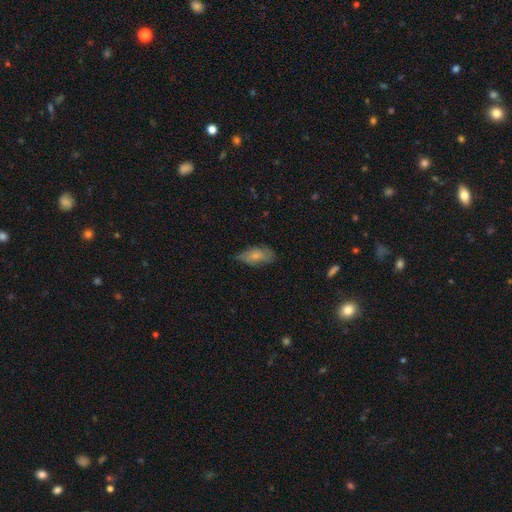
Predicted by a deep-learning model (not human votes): smooth 68%, featured or disk 25%, star or artifact 7%. Down the decision tree: how rounded — in between (89%); merging — none (58%).